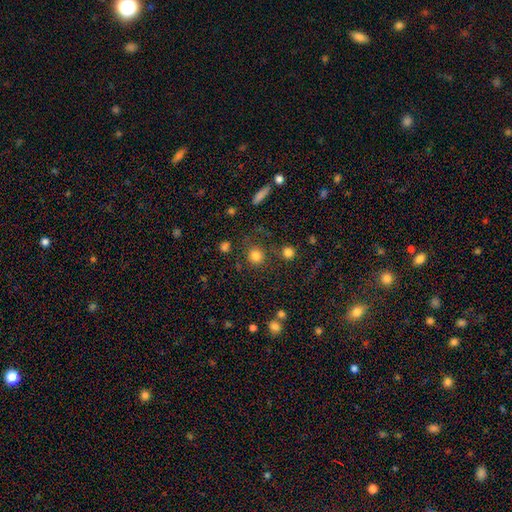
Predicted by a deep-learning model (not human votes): Smooth or featured? Predicted: smooth (p=0.80). How rounded? Predicted: round (p=0.91). Merging? Predicted: none (p=0.79).